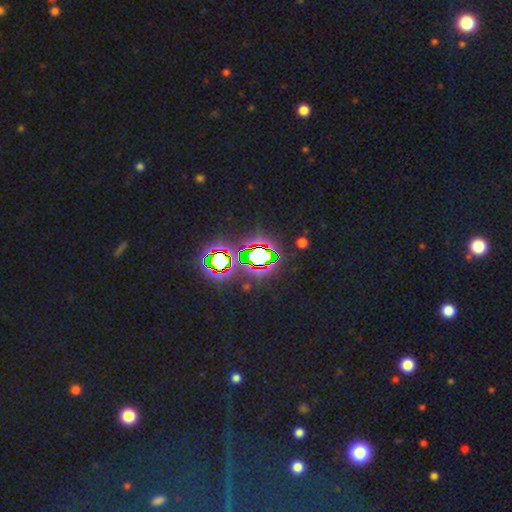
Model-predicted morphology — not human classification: type=star or artifact (80%).